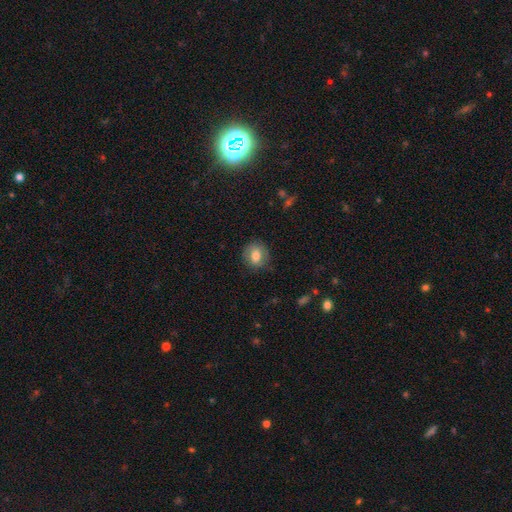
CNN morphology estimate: smooth-or-featured: smooth: 73% | featured or disk: 18% | star or artifact: 9%
  how-rounded: round: 72% | in between: 27% | cigar-shaped: 1%
  merging: none: 79% | minor disturbance: 15% | major disturbance: 4% | merger: 1%